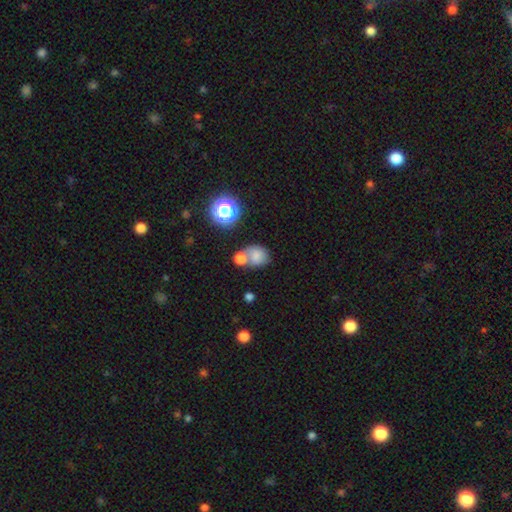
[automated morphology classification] A smooth galaxy with no disk features (73%) that is round (57%).

Vote fractions:
- Smooth or featured? smooth: 73% / star or artifact: 15% / featured or disk: 12%
- How rounded? round: 57% / in between: 42% / cigar-shaped: 1%
- Merging? none: 40% / merger: 38% / minor disturbance: 14% / major disturbance: 8%